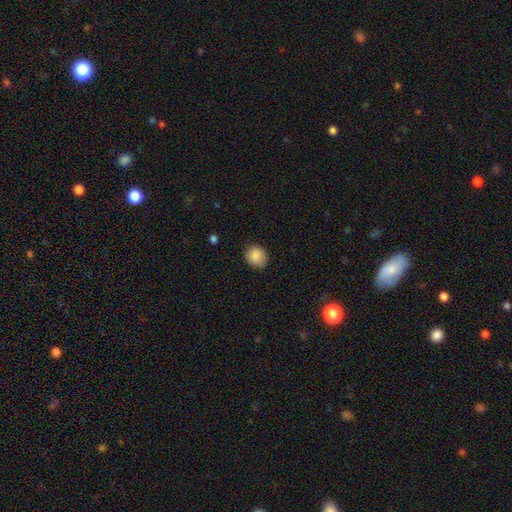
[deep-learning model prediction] Smooth or featured: smooth — 87% (star or artifact — 8%)
How rounded: round — 77% (in between — 22%)
Merging: none — 82% (minor disturbance — 15%)